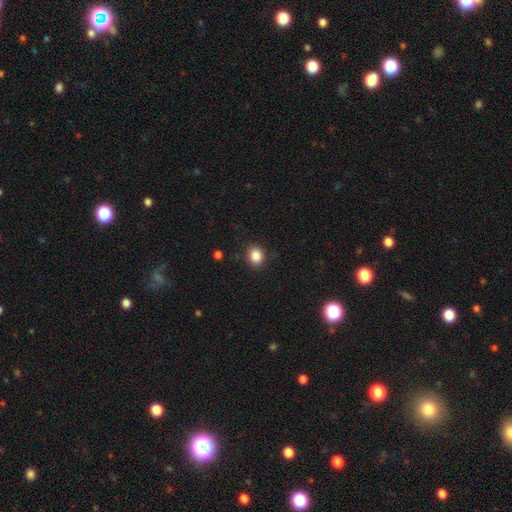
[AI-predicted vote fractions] A smooth galaxy with no disk features (86%) that is round (67%). Merging: none (87%).